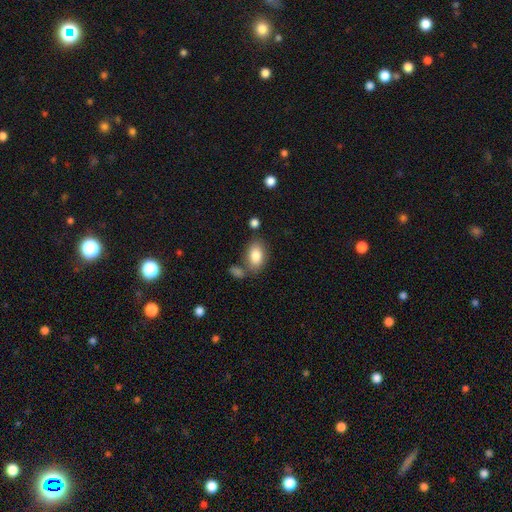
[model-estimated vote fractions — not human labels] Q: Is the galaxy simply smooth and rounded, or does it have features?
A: smooth — 83%.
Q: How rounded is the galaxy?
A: in between — 87%.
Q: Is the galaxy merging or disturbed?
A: none — 67%.